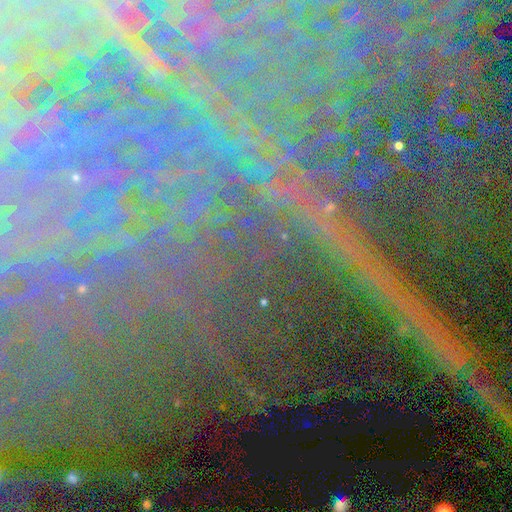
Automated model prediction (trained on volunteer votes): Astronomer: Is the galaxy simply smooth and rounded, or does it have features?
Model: star or artifact — 75%.